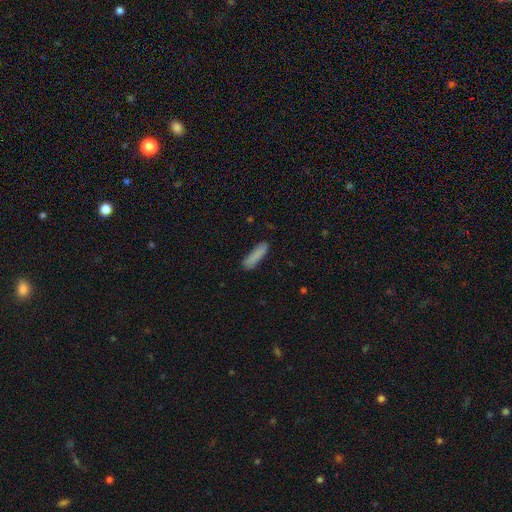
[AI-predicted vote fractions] The model was most divided on "how rounded": cigar-shaped: 73%, in between: 26%, round: 1%. More confident: smooth or featured — smooth (86%); merging — none (83%).